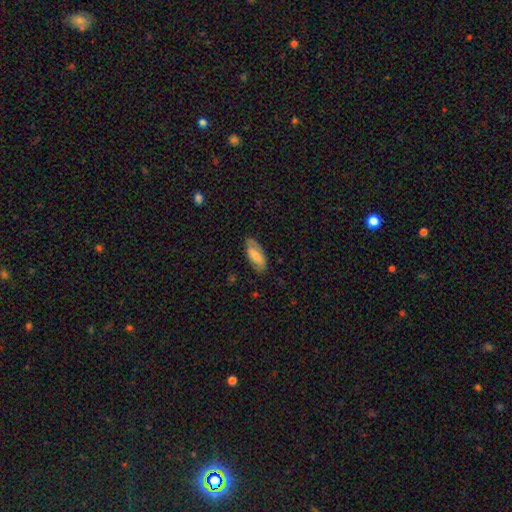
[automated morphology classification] This is likely a smooth galaxy (63%). How rounded: clearly in between (85%). Merging: likely none (75%).